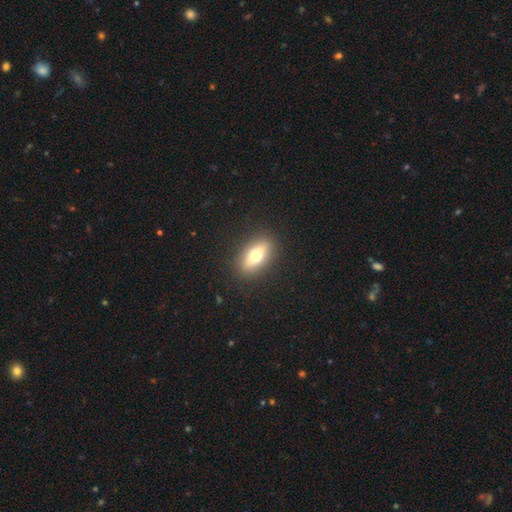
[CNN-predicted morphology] This appears to be a smooth galaxy with no disk features (62%) that is in between round and cigar-shaped (75%). Merging: none (89%).